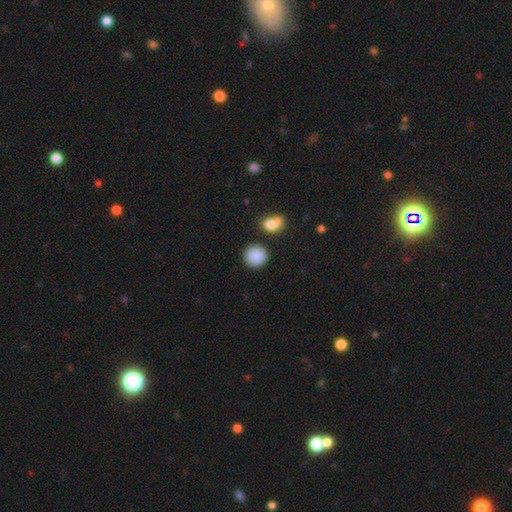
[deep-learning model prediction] Smooth or featured: smooth — 88% (star or artifact — 8%)
How rounded: round — 89% (in between — 10%)
Merging: none — 84% (minor disturbance — 8%)